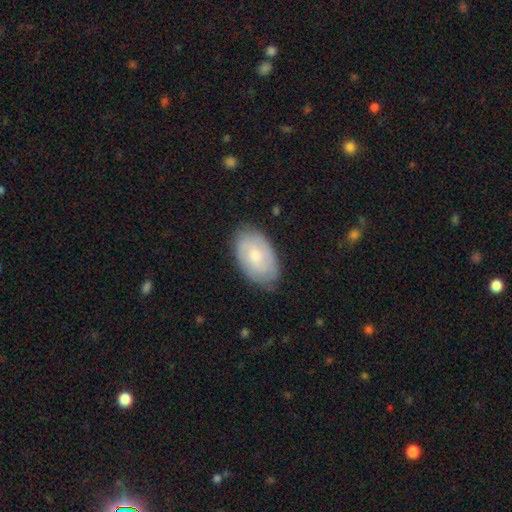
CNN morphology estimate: smooth_or_featured: smooth (p=0.52) [alt: featured or disk p=0.42]
how_rounded: in between (p=0.92) [alt: round p=0.07]
merging: none (p=0.77) [alt: minor disturbance p=0.18]